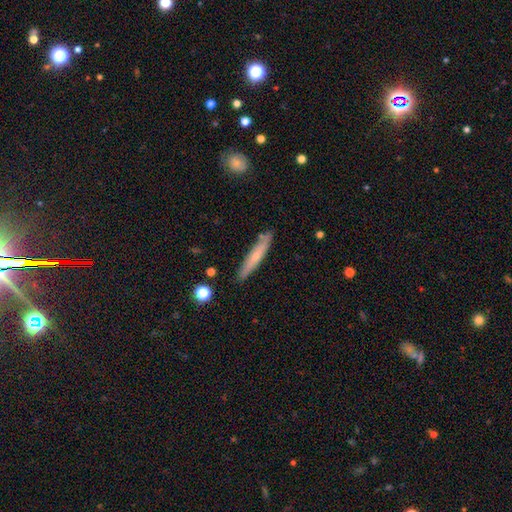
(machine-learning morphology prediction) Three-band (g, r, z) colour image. It shows a smooth galaxy with no disk features (56%) that is cigar-shaped (92%). Merging: none (84%).